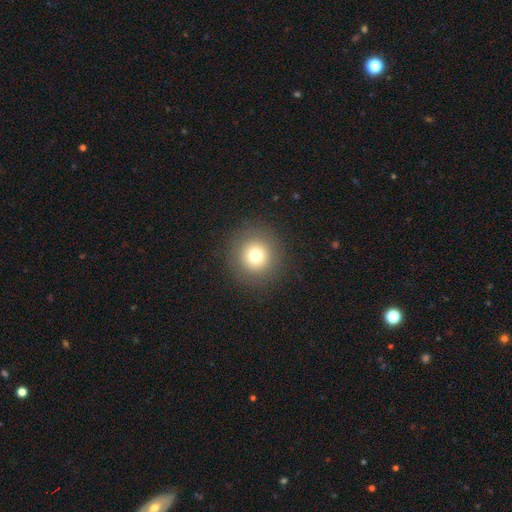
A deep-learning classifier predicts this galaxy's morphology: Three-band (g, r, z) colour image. It shows a smooth galaxy with no disk features (74%) that is round (95%). Merging: none (89%).